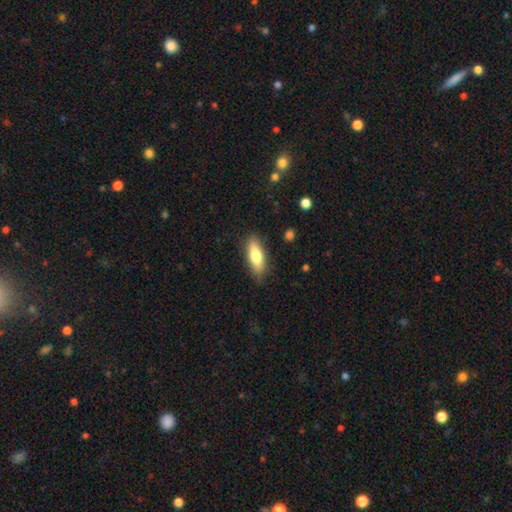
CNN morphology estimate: A smooth galaxy with no disk features (72%) that is in between round and cigar-shaped (59%). Merging: none (84%).